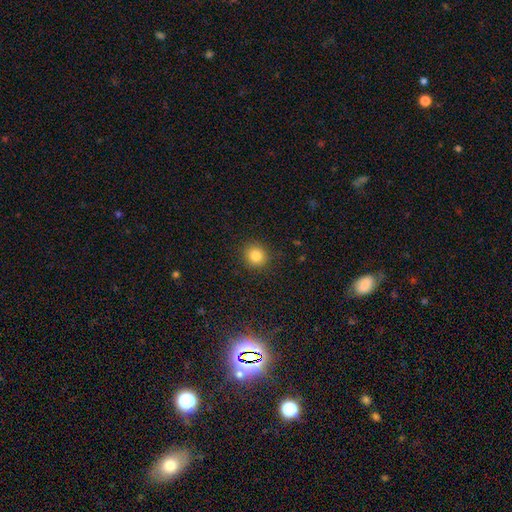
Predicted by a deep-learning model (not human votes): Smooth or featured? smooth (83%)
How rounded? round (88%)
Merging? none (89%)